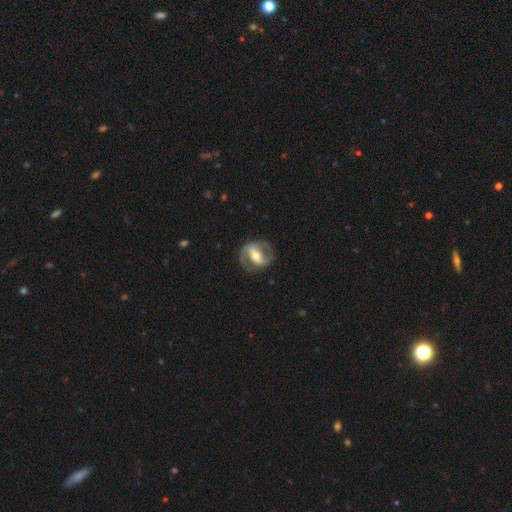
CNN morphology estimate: Overall: featured or disk (82%). Edge-on disk: no (96%). Bar: strong (53%; weak 30%). Spiral arms: yes (87%). Spiral arm count: 2 (89%). Spiral winding: medium (51%; tight 27%). Bulge size: moderate (65%; small 25%). Merging: none (81%).